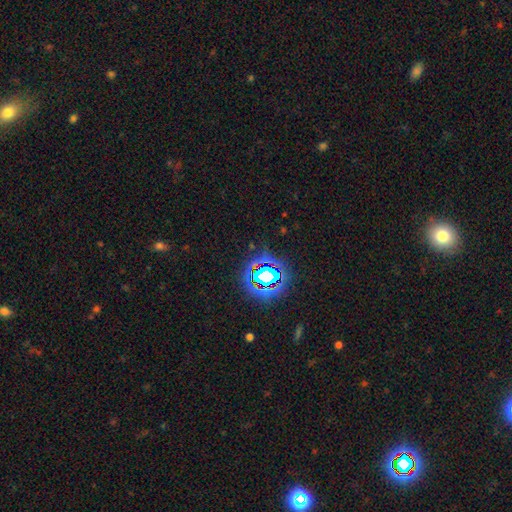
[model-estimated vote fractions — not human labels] This is likely a star or artifact rather than a galaxy (78%).